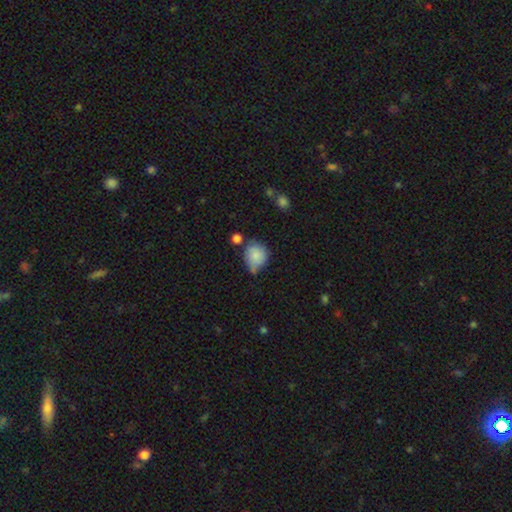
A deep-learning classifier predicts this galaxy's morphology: type=smooth (80%); roundness=round (66%); merging=none (43%).